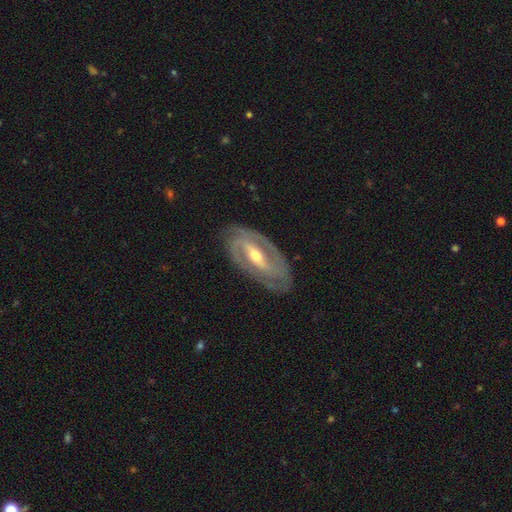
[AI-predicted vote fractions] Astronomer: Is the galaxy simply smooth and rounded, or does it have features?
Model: featured or disk — 88%.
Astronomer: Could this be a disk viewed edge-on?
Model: no — 93%.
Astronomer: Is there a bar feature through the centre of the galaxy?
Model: strong — 57%.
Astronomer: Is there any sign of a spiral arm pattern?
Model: yes — 92%.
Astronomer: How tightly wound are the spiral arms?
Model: tight — 54% (runner-up: medium, 36%).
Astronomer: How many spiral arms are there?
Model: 2 — 82%.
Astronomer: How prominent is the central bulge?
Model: moderate — 59% (runner-up: small, 37%).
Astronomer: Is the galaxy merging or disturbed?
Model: none — 80%.